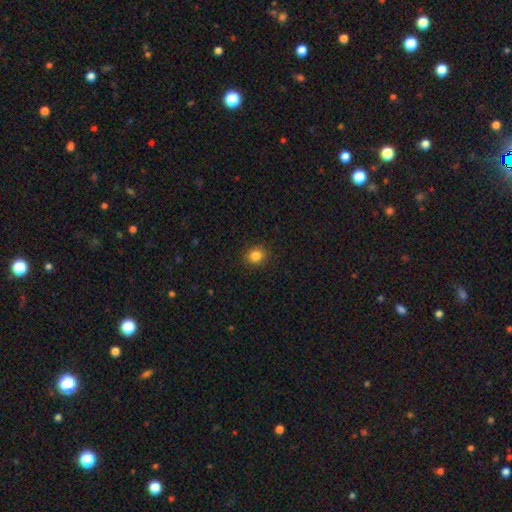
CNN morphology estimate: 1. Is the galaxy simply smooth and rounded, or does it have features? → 84% smooth, 11% star or artifact, 4% featured or disk.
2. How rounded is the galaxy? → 82% round, 17% in between, 1% cigar-shaped.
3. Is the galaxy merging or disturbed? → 91% none, 6% minor disturbance, 2% major disturbance, 1% merger.